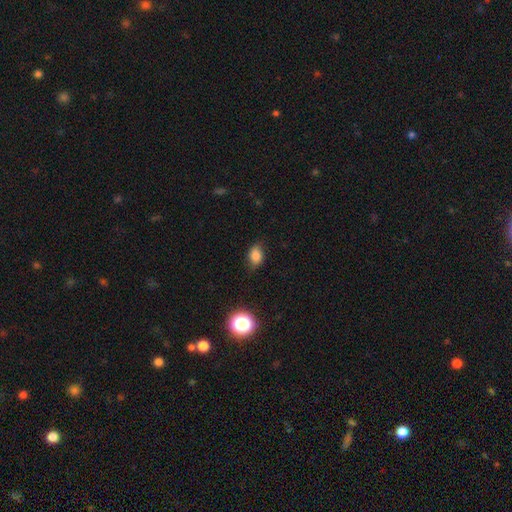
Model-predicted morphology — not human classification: A smooth galaxy with no disk features (79%) that is in between round and cigar-shaped (73%). Merging: none (73%).